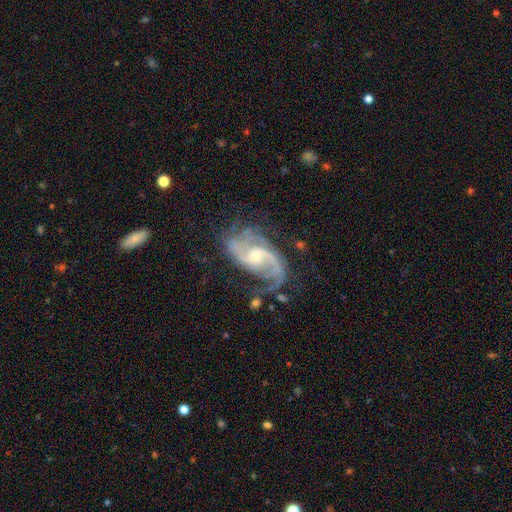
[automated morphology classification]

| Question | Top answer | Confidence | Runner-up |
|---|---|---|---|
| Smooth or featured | featured or disk | 91% | star or artifact (5%) |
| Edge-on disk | no | 97% | yes (3%) |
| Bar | no | 48% | weak (42%) |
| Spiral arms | yes | 98% | no (2%) |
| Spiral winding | medium | 51% | loose (26%) |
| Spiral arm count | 2 | 71% | 3 (10%) |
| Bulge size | small | 48% | moderate (46%) |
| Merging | none | 59% | minor disturbance (21%) |